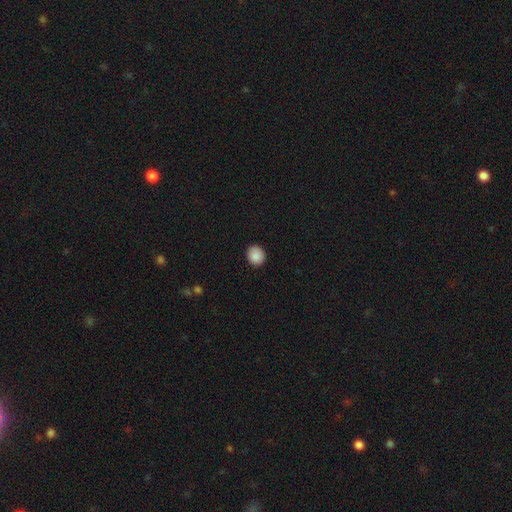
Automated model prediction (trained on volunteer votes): Smooth or featured: smooth — 89% (star or artifact — 8%)
How rounded: round — 79% (in between — 20%)
Merging: none — 89% (minor disturbance — 8%)